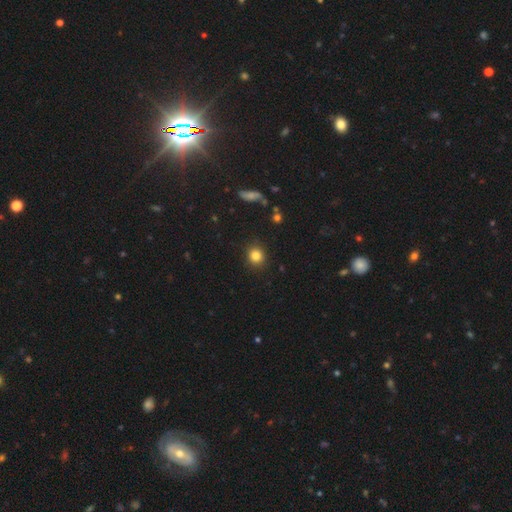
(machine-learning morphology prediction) type=smooth (84%); roundness=round (85%); merging=none (89%).